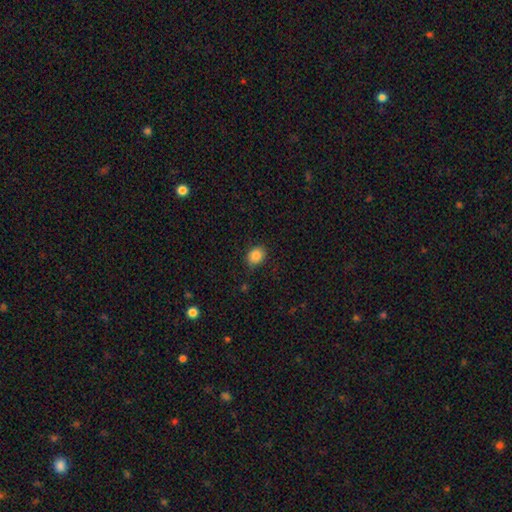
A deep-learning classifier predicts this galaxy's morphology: Smooth or featured? Predicted: smooth (p=0.86). How rounded? Predicted: in between (p=0.52). Merging? Predicted: none (p=0.82).